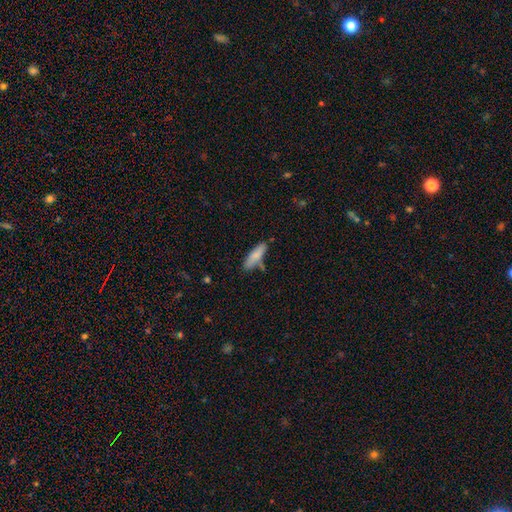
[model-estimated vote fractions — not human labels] A smooth galaxy with no disk features (80%) that is cigar-shaped (56%).

Vote fractions:
- Smooth or featured? smooth: 80% / featured or disk: 14% / star or artifact: 6%
- How rounded? cigar-shaped: 56% / in between: 42% / round: 2%
- Merging? none: 70% / minor disturbance: 18% / merger: 9% / major disturbance: 4%